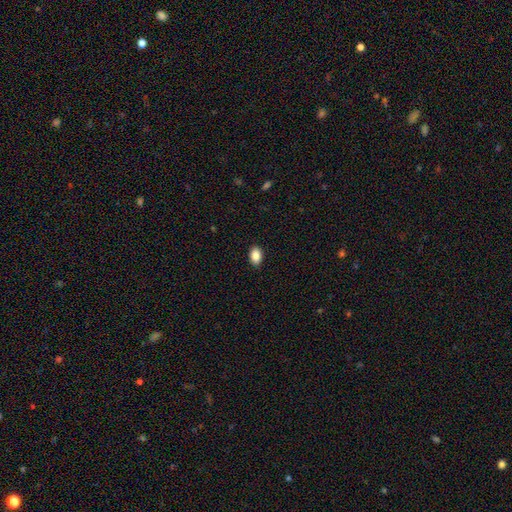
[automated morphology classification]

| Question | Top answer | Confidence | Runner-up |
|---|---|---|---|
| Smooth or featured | smooth | 88% | star or artifact (8%) |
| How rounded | in between | 88% | round (10%) |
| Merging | none | 90% | minor disturbance (7%) |